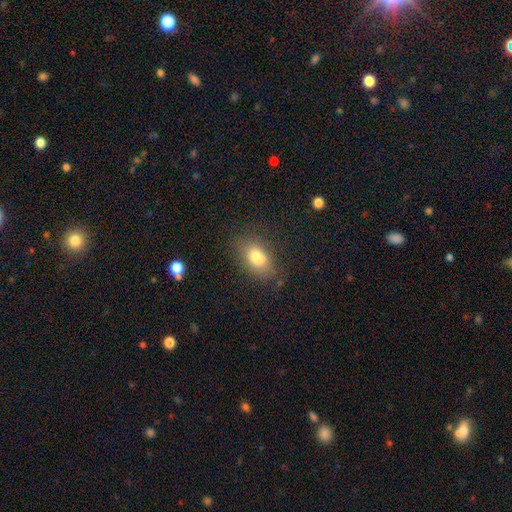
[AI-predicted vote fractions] smooth-or-featured: smooth: 73% | featured or disk: 16% | star or artifact: 11%
  how-rounded: in between: 84% | round: 13% | cigar-shaped: 3%
  merging: none: 57% | minor disturbance: 19% | merger: 17% | major disturbance: 7%